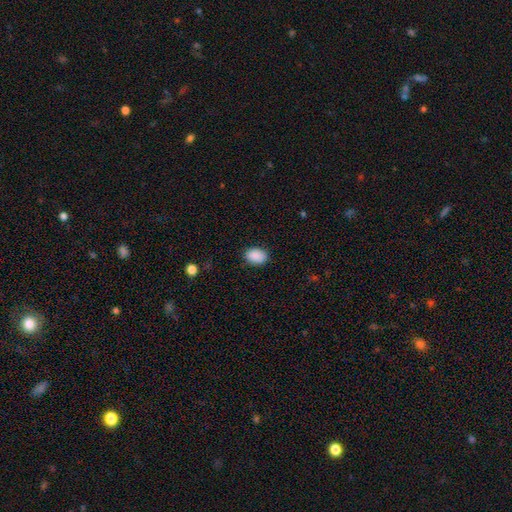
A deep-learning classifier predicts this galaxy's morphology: Smooth or featured? Predicted: smooth (p=0.90). How rounded? Predicted: in between (p=0.76). Merging? Predicted: none (p=0.85).